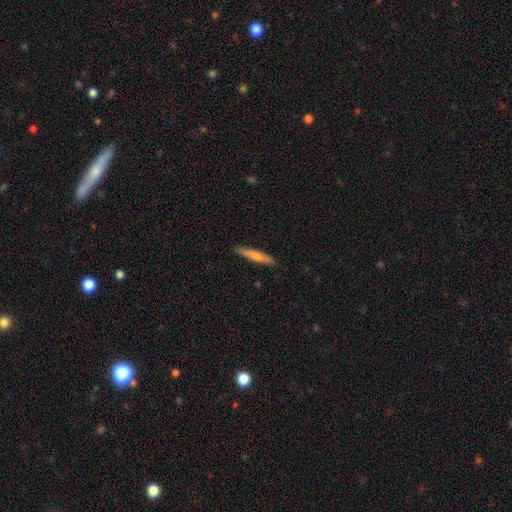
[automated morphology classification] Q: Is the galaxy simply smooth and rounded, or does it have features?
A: smooth — 72%.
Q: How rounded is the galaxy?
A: cigar-shaped — 93%.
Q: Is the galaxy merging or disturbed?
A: none — 90%.